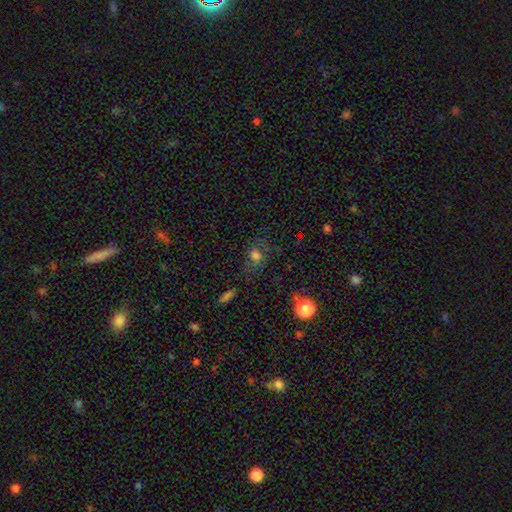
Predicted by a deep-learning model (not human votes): This appears to be a smooth galaxy with no disk features (59%) that is round (63%). Merging: none (65%).